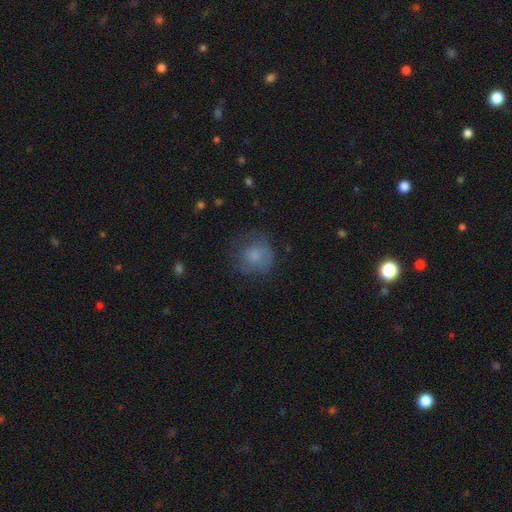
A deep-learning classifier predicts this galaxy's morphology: Smooth or featured: smooth — 73% (featured or disk — 17%)
How rounded: round — 84% (in between — 15%)
Merging: none — 60% (minor disturbance — 24%)